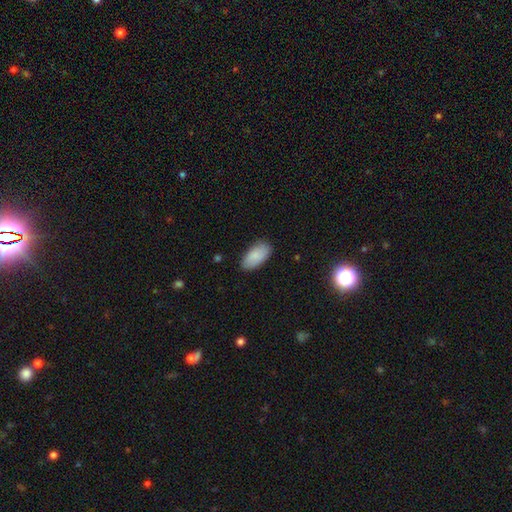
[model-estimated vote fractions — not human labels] A smooth galaxy with no disk features (87%) that is in between round and cigar-shaped (94%).

Vote fractions:
- Smooth or featured? smooth: 87% / featured or disk: 7% / star or artifact: 6%
- How rounded? in between: 94% / cigar-shaped: 4% / round: 2%
- Merging? none: 83% / minor disturbance: 13% / major disturbance: 2% / merger: 1%